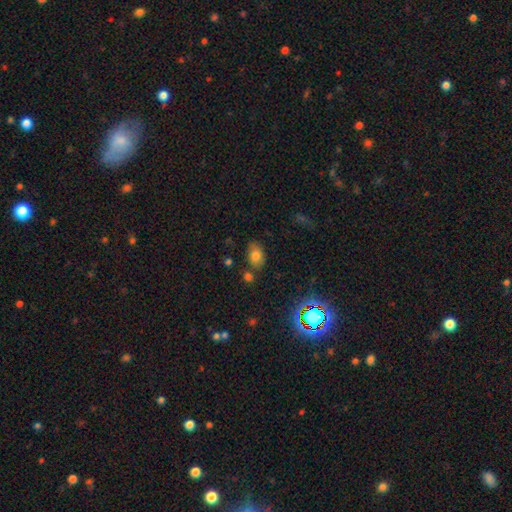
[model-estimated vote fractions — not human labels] Smooth or featured?
  - smooth: 77% *
  - star or artifact: 12%
  - featured or disk: 11%
How rounded?
  - in between: 83% *
  - round: 16%
  - cigar-shaped: 2%
Merging?
  - none: 72% *
  - minor disturbance: 16%
  - merger: 8%
  - major disturbance: 4%